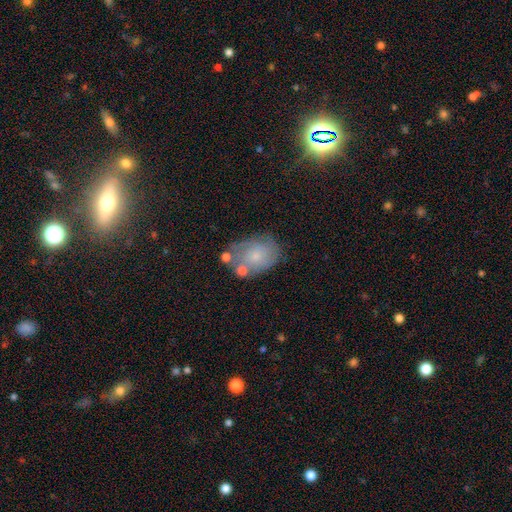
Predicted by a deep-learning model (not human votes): Smooth or featured? featured or disk (46%)
Merging? none (49%)